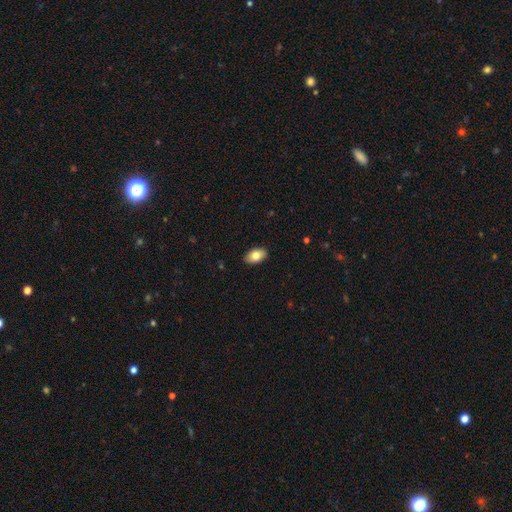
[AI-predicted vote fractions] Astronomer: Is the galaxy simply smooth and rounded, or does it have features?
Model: smooth — 79%.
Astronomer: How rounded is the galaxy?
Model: in between — 93%.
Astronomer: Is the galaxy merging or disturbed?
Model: none — 90%.